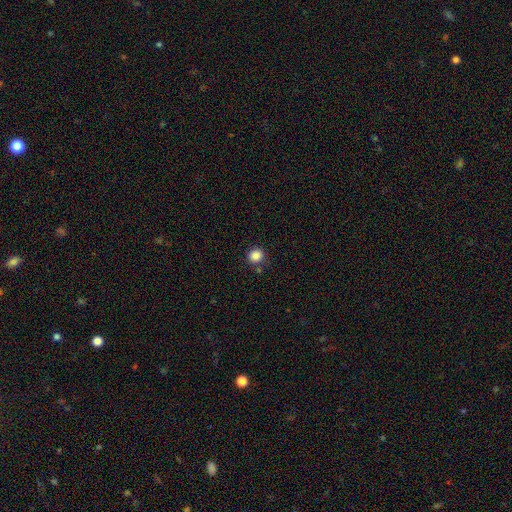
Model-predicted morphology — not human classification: Overall: smooth (86%). How rounded: round (87%). Merging: none (82%).